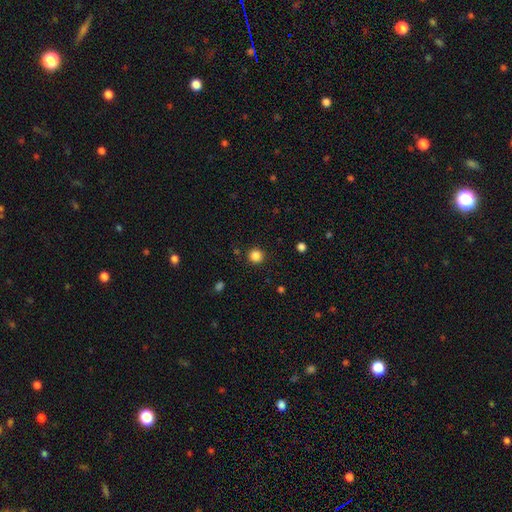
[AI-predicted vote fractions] smooth 84%, star or artifact 13%, featured or disk 3%. Down the decision tree: how rounded — round (95%); merging — none (91%).